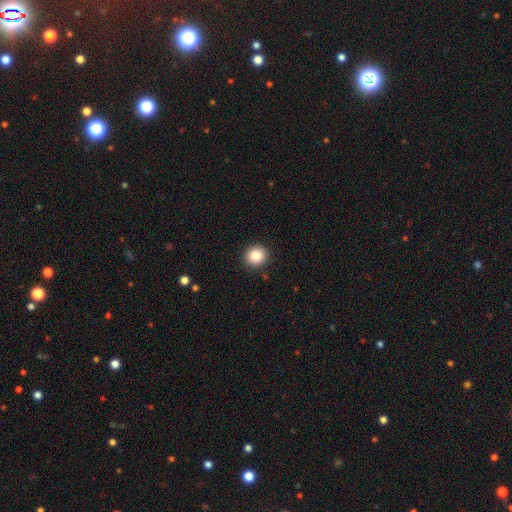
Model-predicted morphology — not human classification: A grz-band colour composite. It shows a smooth galaxy with no disk features (84%) that is round (90%). Merging: none (92%).